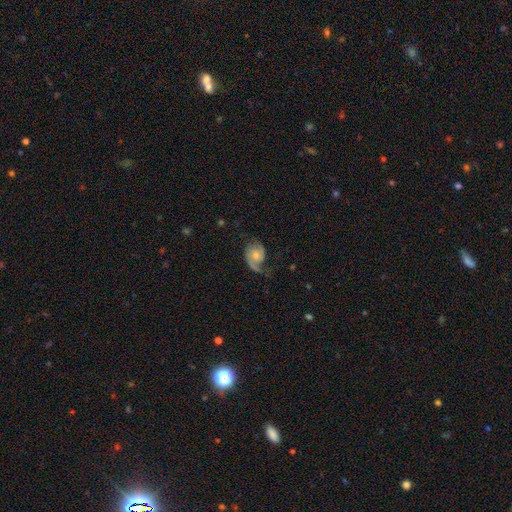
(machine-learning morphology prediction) A featured or disk galaxy (81%) with no bar (69%), 2 (75%) medium (45%) spiral arms (96%) and a small central bulge (44%).

Vote fractions:
- Smooth or featured? featured or disk: 81% / smooth: 13% / star or artifact: 6%
- Edge-on disk? no: 98% / yes: 2%
- Bar? no: 69% / weak: 27% / strong: 4%
- Spiral arms? yes: 96% / no: 4%
- Spiral winding? medium: 45% / loose: 32% / tight: 22%
- Spiral arm count? 2: 75% / 1: 18% / can't tell: 4% / 3: 1% / 4: 1% / more than 4: 1%
- Bulge size? small: 44% / moderate: 42% / none: 7% / large: 4% / dominant: 1%
- Merging? none: 59% / minor disturbance: 22% / major disturbance: 17% / merger: 2%